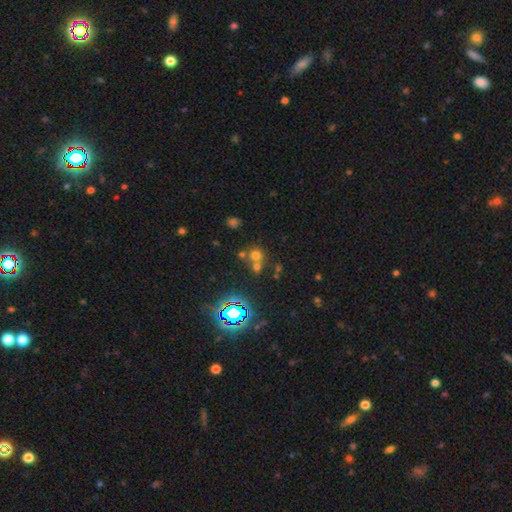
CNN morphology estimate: Smooth or featured? Predicted: smooth (p=0.56). How rounded? Predicted: round (p=0.86). Merging? Predicted: none (p=0.48).